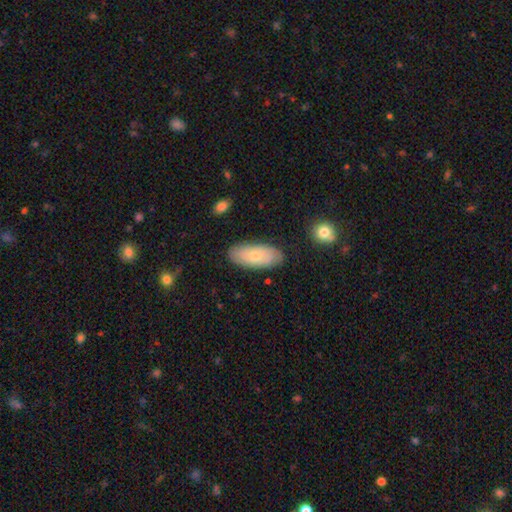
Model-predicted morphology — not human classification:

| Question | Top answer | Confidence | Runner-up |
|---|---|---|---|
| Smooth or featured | smooth | 57% | featured or disk (37%) |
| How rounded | in between | 89% | cigar-shaped (9%) |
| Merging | none | 82% | minor disturbance (14%) |